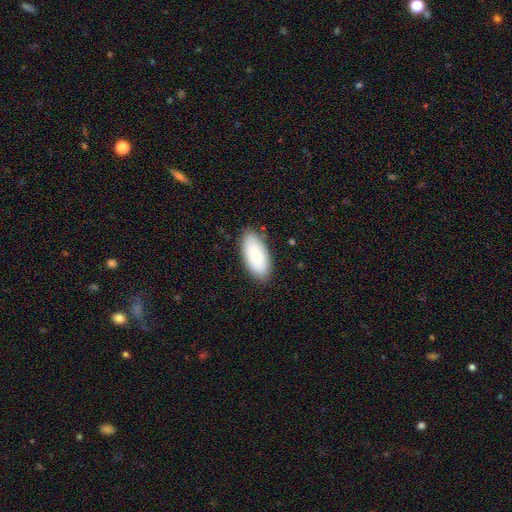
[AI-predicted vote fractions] smooth 79%, featured or disk 15%, star or artifact 6%. Down the decision tree: how rounded — in between (94%); merging — none (84%).